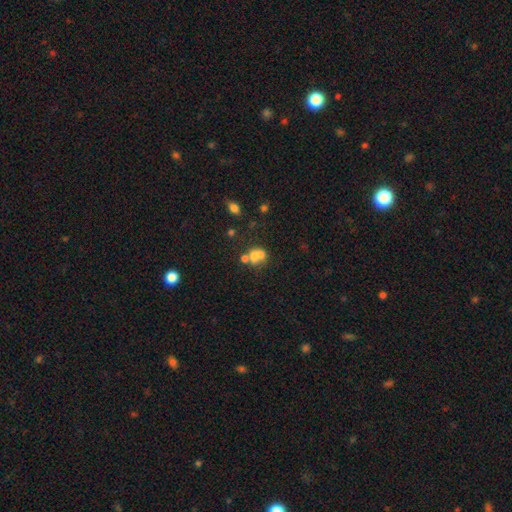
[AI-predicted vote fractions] smooth_or_featured: smooth (p=0.61) [alt: featured or disk p=0.25]
how_rounded: round (p=0.57) [alt: in between p=0.41]
merging: merger (p=0.55) [alt: none p=0.29]